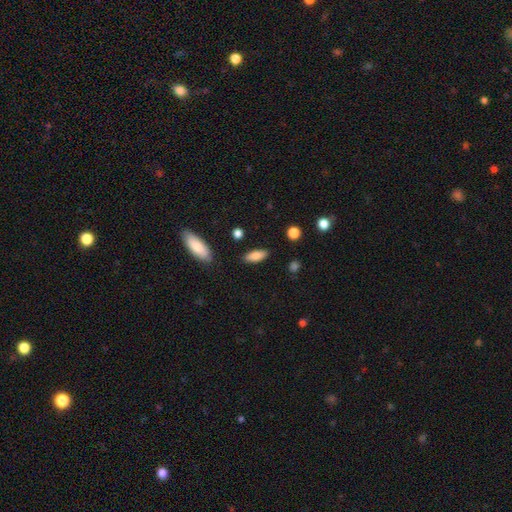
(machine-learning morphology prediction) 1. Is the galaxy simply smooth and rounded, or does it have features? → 84% smooth, 10% featured or disk, 7% star or artifact.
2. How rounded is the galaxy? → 75% in between, 22% cigar-shaped, 2% round.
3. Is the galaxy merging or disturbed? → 85% none, 10% minor disturbance, 2% major disturbance, 2% merger.